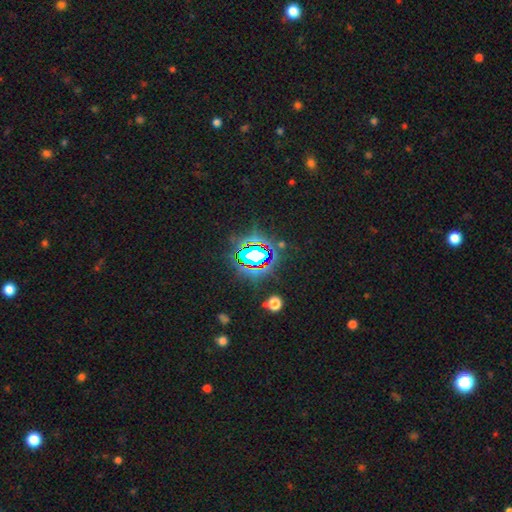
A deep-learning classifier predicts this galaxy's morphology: type=star or artifact (81%).